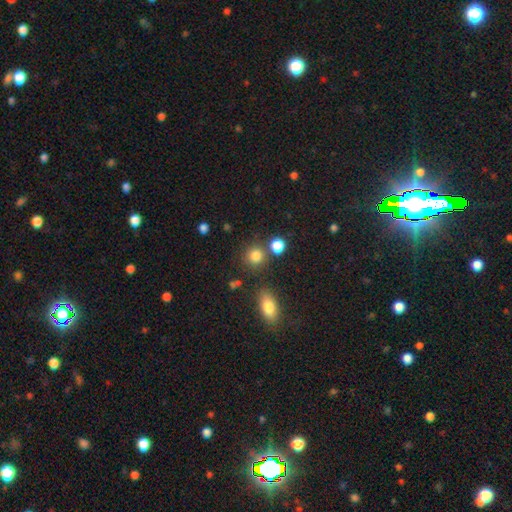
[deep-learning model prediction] Smooth or featured?
  - smooth: 82% *
  - star or artifact: 13%
  - featured or disk: 6%
How rounded?
  - round: 86% *
  - in between: 13%
  - cigar-shaped: 1%
Merging?
  - none: 76% *
  - merger: 11%
  - minor disturbance: 9%
  - major disturbance: 4%